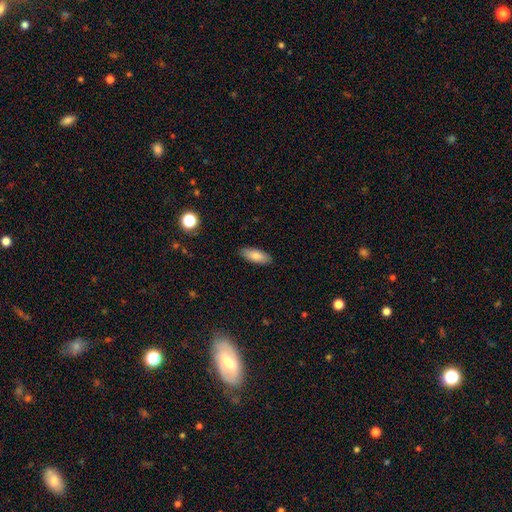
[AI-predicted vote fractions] This is clearly a smooth galaxy (81%). How rounded: likely in between (73%). Merging: clearly none (88%).